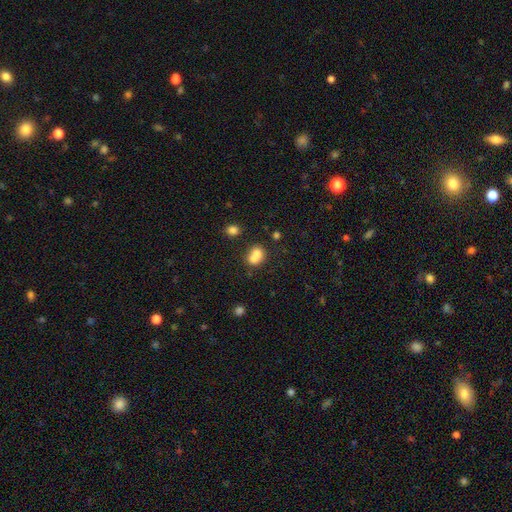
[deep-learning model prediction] A smooth galaxy with no disk features (73%) that is round (54%).

Vote fractions:
- Smooth or featured? smooth: 73% / featured or disk: 16% / star or artifact: 11%
- How rounded? round: 54% / in between: 45% / cigar-shaped: 1%
- Merging? merger: 60% / none: 27% / minor disturbance: 8% / major disturbance: 4%